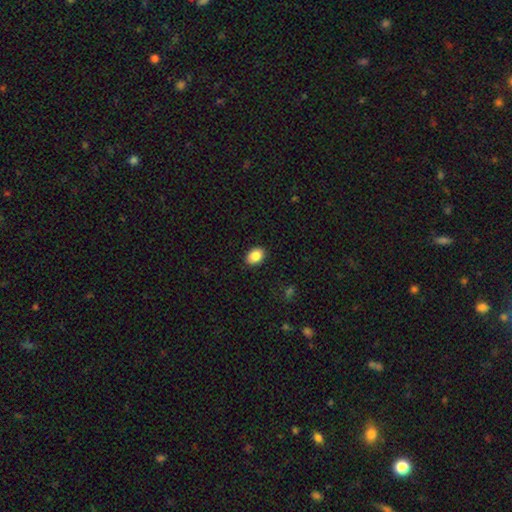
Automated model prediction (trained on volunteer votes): Morphology: type=smooth (86%); roundness=in between (79%); merging=none (89%).